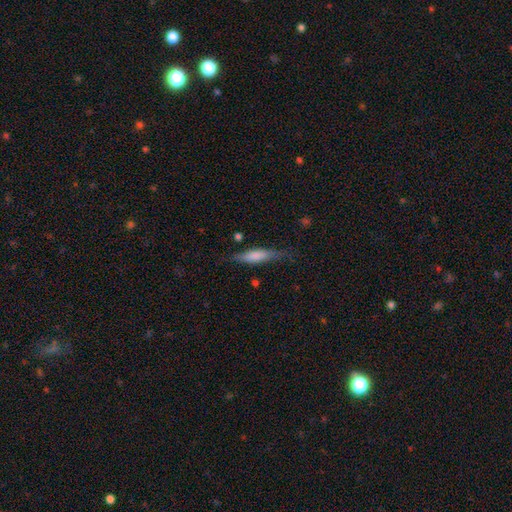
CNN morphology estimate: Overall: smooth (63%; featured or disk 30%). How rounded: cigar-shaped (71%). Merging: none (67%).